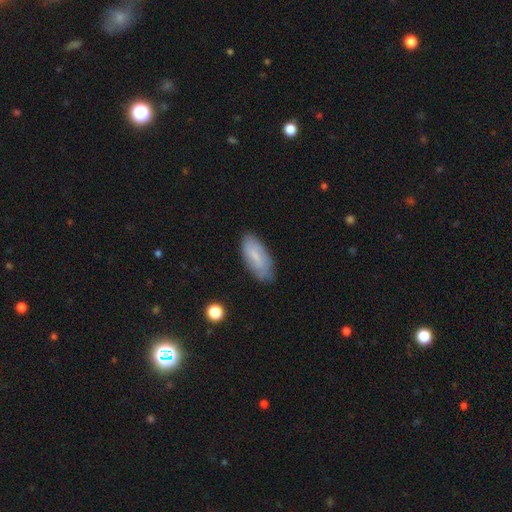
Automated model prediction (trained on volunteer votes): smooth_or_featured: smooth (p=0.65) [alt: featured or disk p=0.28]
how_rounded: in between (p=0.84) [alt: cigar-shaped p=0.14]
merging: none (p=0.77) [alt: minor disturbance p=0.18]